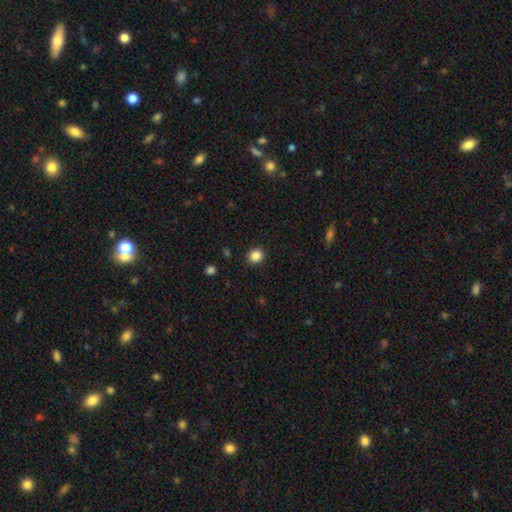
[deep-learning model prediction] smooth-or-featured: smooth: 86% | star or artifact: 11% | featured or disk: 4%
  how-rounded: round: 77% | in between: 22% | cigar-shaped: 1%
  merging: none: 90% | minor disturbance: 7% | major disturbance: 2% | merger: 1%